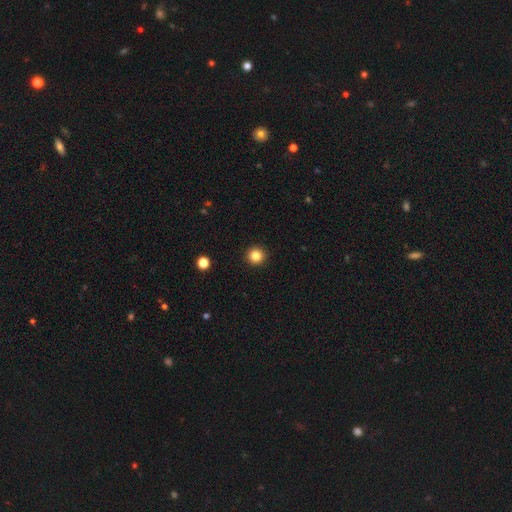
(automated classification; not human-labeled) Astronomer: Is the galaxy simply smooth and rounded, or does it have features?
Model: smooth — 84%.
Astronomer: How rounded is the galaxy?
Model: round — 96%.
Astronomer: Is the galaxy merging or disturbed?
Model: none — 94%.